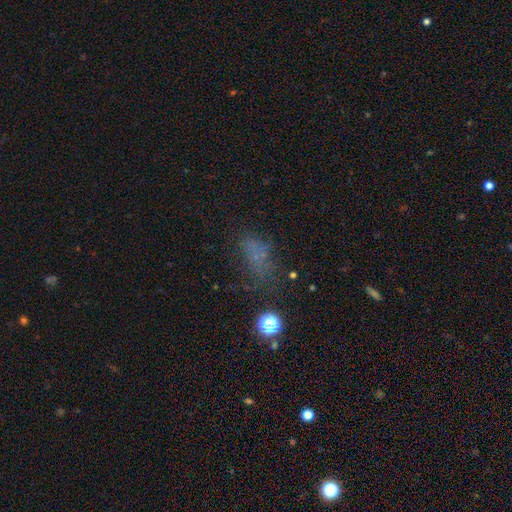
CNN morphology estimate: Q: Smooth or featured?
A: smooth (47%); runner-up: star or artifact (35%)
Q: Merging?
A: none (46%); runner-up: major disturbance (27%)